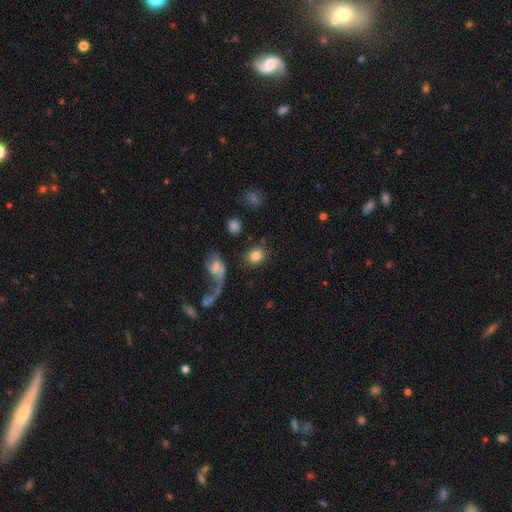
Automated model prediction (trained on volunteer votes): smooth 79%, featured or disk 13%, star or artifact 8%. Down the decision tree: how rounded — round (52%); merging — none (73%).